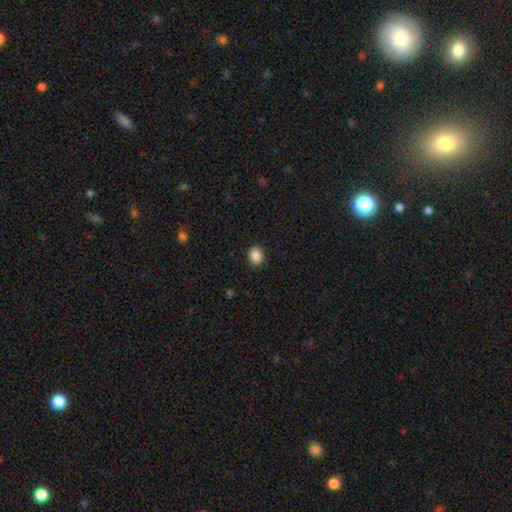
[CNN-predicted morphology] Smooth or featured? Predicted: smooth (p=0.88). How rounded? Predicted: round (p=0.54). Merging? Predicted: none (p=0.89).